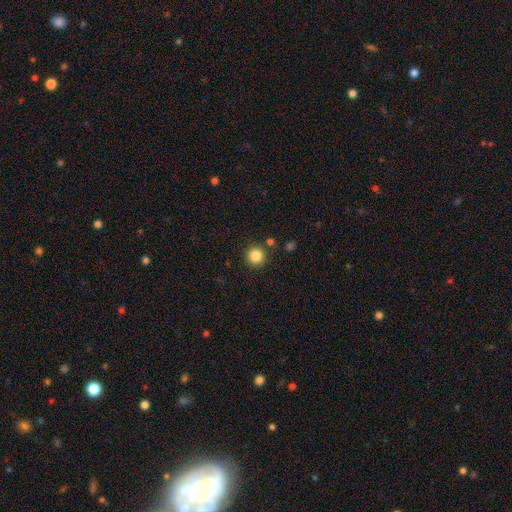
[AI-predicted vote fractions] Morphology: type=smooth (85%); roundness=round (95%); merging=none (88%).